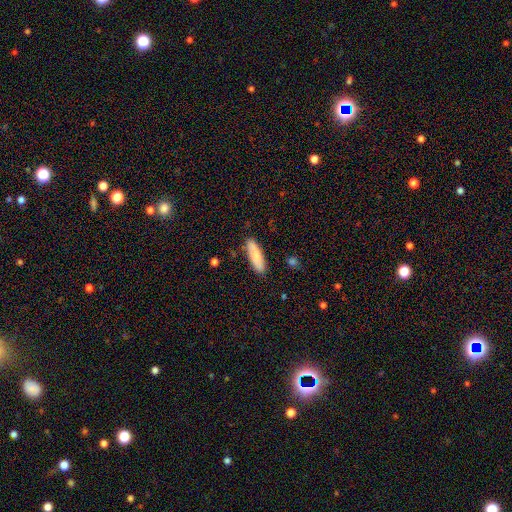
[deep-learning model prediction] Overall: smooth (83%). How rounded: cigar-shaped (58%; in between 40%). Merging: none (86%).